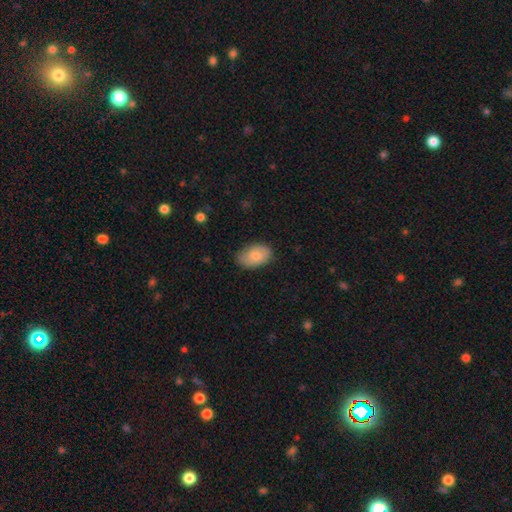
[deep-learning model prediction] A smooth galaxy with no disk features (82%) that is in between round and cigar-shaped (91%). Merging: none (78%).